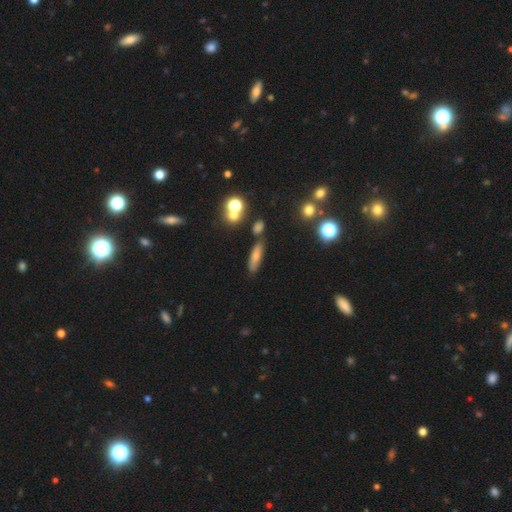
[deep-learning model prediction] Morphology: type=smooth (58%); roundness=cigar-shaped (61%); merging=none (76%).